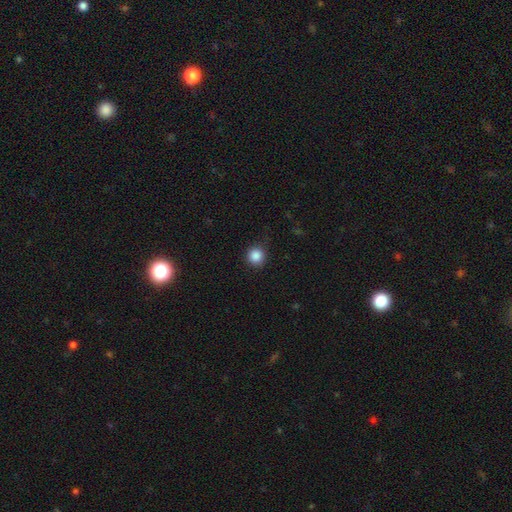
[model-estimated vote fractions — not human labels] Smooth or featured: smooth — 87% (star or artifact — 10%)
How rounded: round — 92% (in between — 7%)
Merging: none — 87% (minor disturbance — 10%)